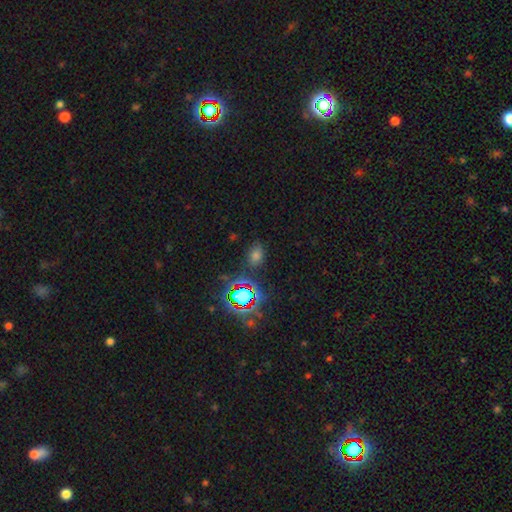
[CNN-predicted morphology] A smooth galaxy with no disk features (55%) that is in between round and cigar-shaped (62%). Merging: none (80%).